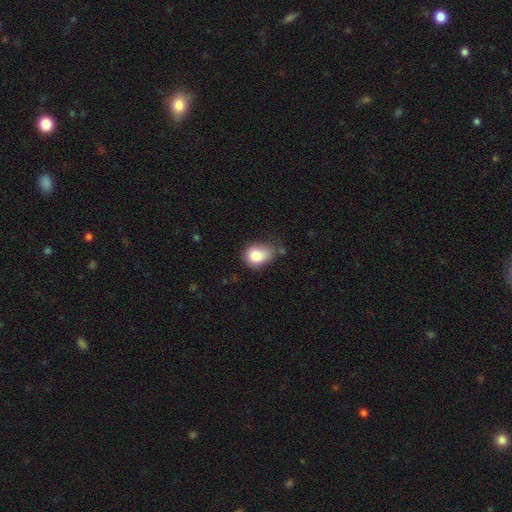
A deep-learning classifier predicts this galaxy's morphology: type=smooth (82%); roundness=in between (53%); merging=none (48%).